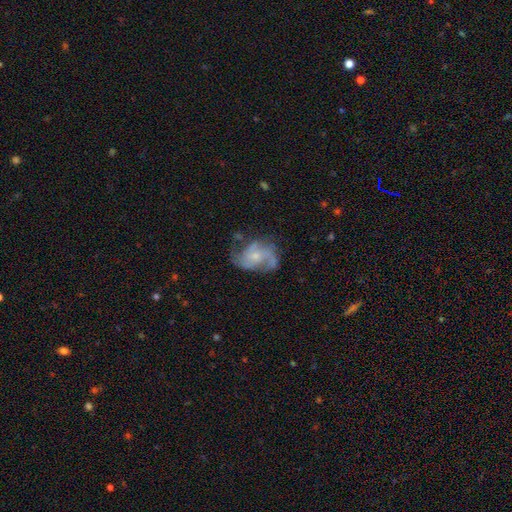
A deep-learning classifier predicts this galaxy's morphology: Smooth or featured? Predicted: featured or disk (p=0.77). Edge-on disk? Predicted: no (p=0.98). Bar? Predicted: no (p=0.66). Spiral arms? Predicted: yes (p=0.90). Spiral winding? Predicted: medium (p=0.48). Spiral arm count? Predicted: 2 (p=0.47). Bulge size? Predicted: small (p=0.61). Merging? Predicted: none (p=0.53).